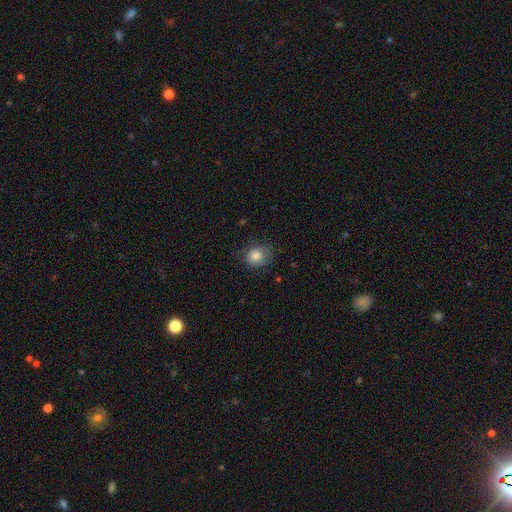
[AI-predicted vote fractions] This appears to be a smooth galaxy with no disk features (83%) that is round (68%). Merging: none (73%).